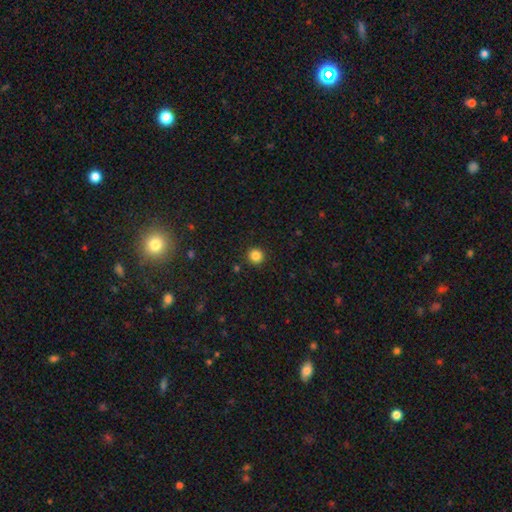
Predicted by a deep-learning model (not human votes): The model was most divided on "smooth or featured": smooth: 84%, star or artifact: 12%, featured or disk: 4%. More confident: how rounded — round (95%); merging — none (93%).